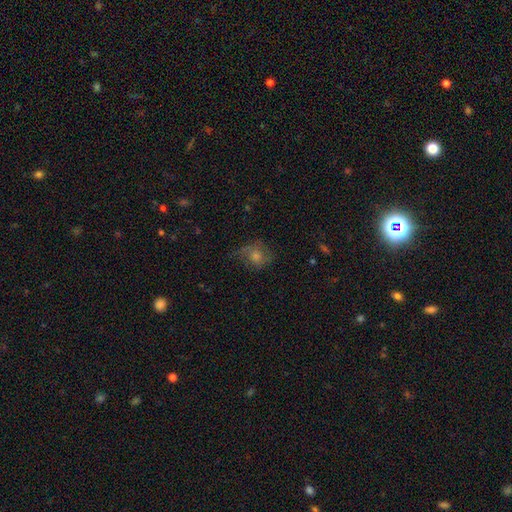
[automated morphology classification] smooth 41%, featured or disk 39%, star or artifact 20%. Down the decision tree: merging — none (60%).